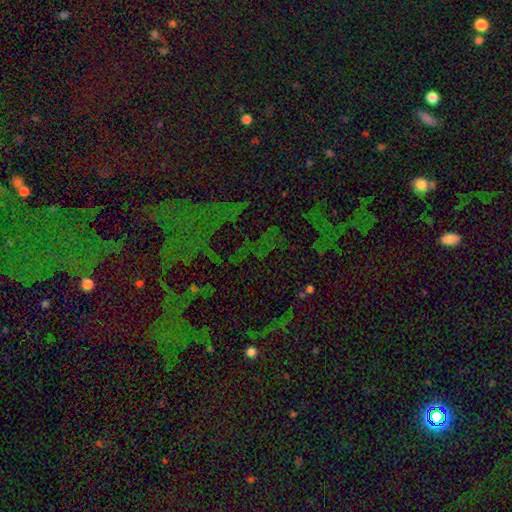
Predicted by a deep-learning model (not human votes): Smooth or featured: star or artifact — 76% (smooth — 14%)